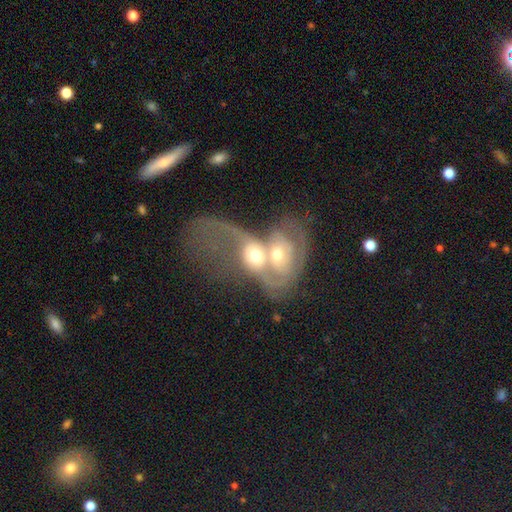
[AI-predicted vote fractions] Smooth or featured?
  - featured or disk: 73% *
  - smooth: 20%
  - star or artifact: 8%
Edge-on disk?
  - no: 93% *
  - yes: 7%
Bar?
  - no: 56% *
  - weak: 32%
  - strong: 11%
Spiral arms?
  - yes: 79% *
  - no: 21%
Spiral winding?
  - loose: 36% * (tied)
  - medium: 36% * (tied)
  - tight: 28%
Spiral arm count?
  - 2: 49% *
  - can't tell: 29%
  - 1: 15%
  - 3: 4%
  - 4: 2%
  - more than 4: 2%
Bulge size?
  - moderate: 64% *
  - small: 27%
  - large: 6%
  - none: 2%
  - dominant: 1%
Merging?
  - merger: 81% *
  - major disturbance: 8%
  - none: 8%
  - minor disturbance: 4%